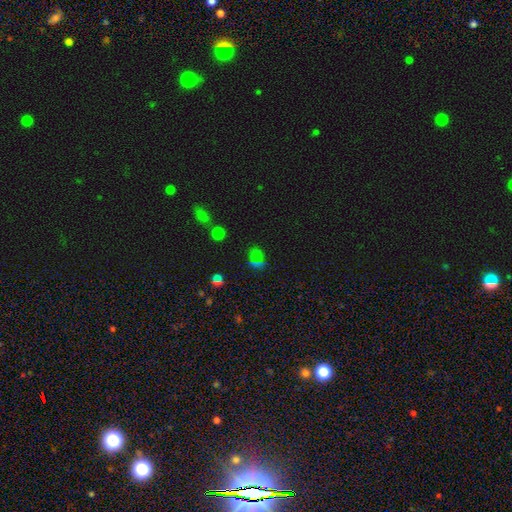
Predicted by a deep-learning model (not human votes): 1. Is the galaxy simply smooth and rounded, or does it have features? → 46% star or artifact, 44% smooth, 10% featured or disk.